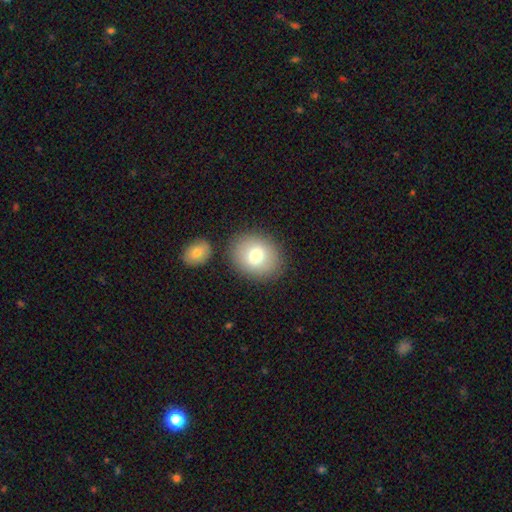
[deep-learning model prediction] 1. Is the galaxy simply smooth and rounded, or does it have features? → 75% smooth, 15% featured or disk, 10% star or artifact.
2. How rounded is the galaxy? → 55% round, 44% in between, 1% cigar-shaped.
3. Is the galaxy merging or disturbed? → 80% none, 10% minor disturbance, 7% merger, 3% major disturbance.